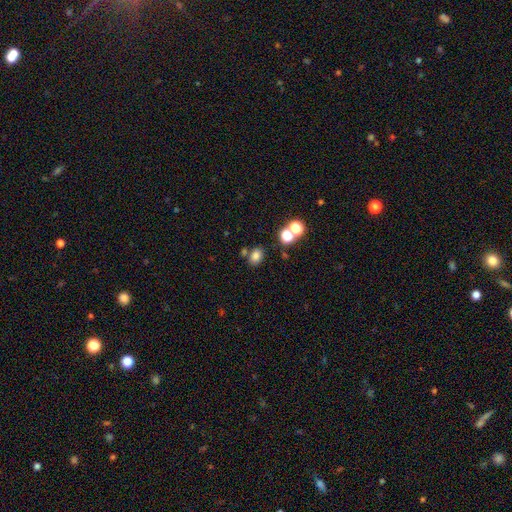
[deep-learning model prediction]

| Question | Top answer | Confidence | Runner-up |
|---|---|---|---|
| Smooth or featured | smooth | 78% | star or artifact (15%) |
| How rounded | in between | 66% | round (33%) |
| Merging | none | 70% | merger (15%) |